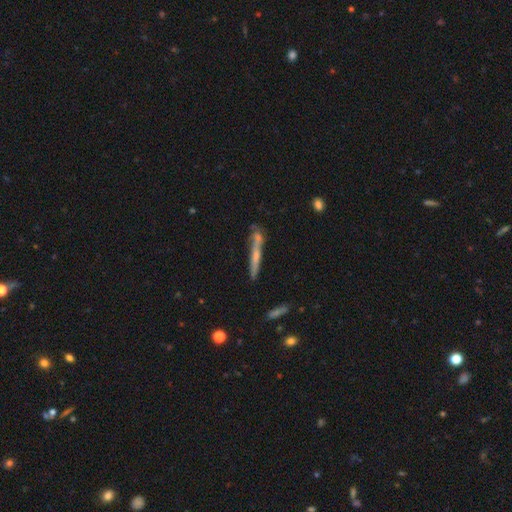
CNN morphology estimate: Smooth or featured: featured or disk — 50% (smooth — 43%)
Merging: none — 70% (minor disturbance — 17%)